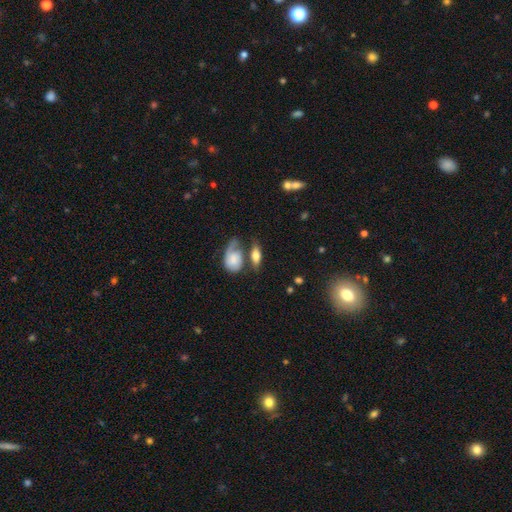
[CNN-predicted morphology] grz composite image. It shows a smooth galaxy with no disk features (65%) that is in between round and cigar-shaped (74%). Merging: none (49%).